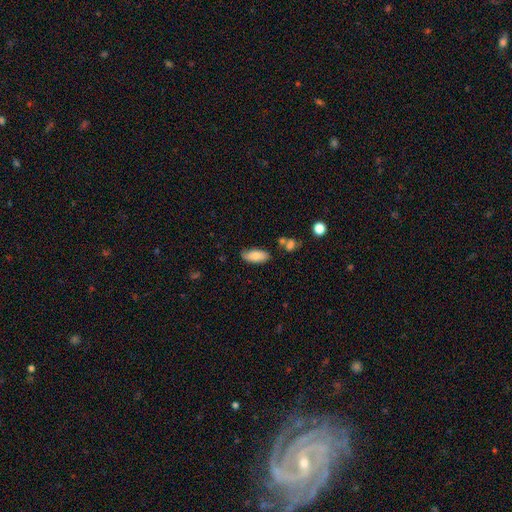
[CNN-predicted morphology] type=smooth (79%); roundness=in between (88%); merging=none (73%).